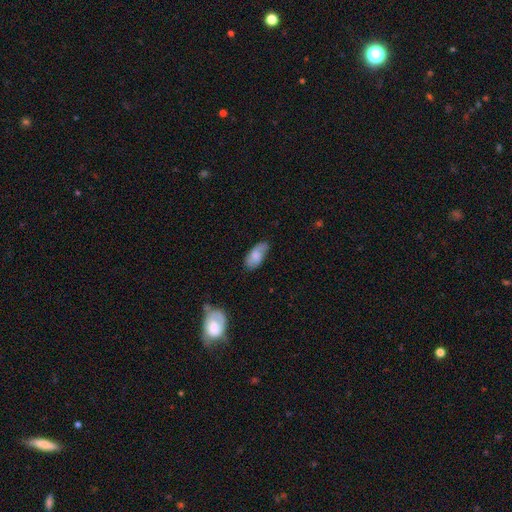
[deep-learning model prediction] A smooth galaxy with no disk features (74%) that is in between round and cigar-shaped (90%).

Vote fractions:
- Smooth or featured? smooth: 74% / featured or disk: 20% / star or artifact: 7%
- How rounded? in between: 90% / cigar-shaped: 7% / round: 3%
- Merging? none: 67% / minor disturbance: 26% / major disturbance: 5% / merger: 2%